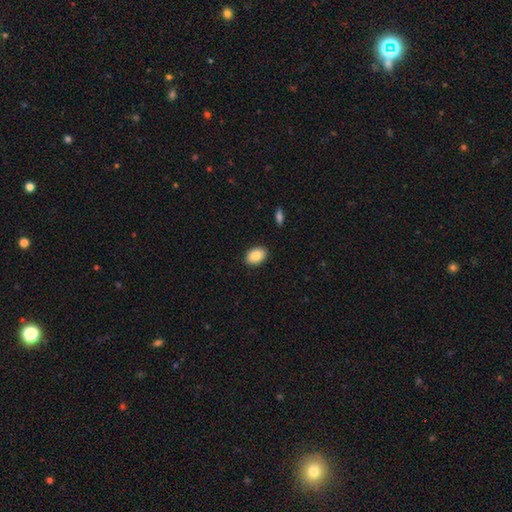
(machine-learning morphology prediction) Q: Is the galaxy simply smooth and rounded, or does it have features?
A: smooth — 87%.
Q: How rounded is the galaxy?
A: in between — 86%.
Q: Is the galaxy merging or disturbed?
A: none — 89%.